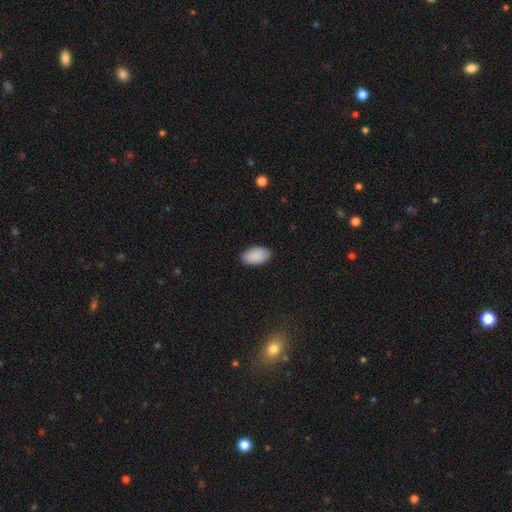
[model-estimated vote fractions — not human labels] smooth_or_featured: smooth (p=0.91) [alt: star or artifact p=0.06]
how_rounded: in between (p=0.95) [alt: round p=0.04]
merging: none (p=0.88) [alt: minor disturbance p=0.09]